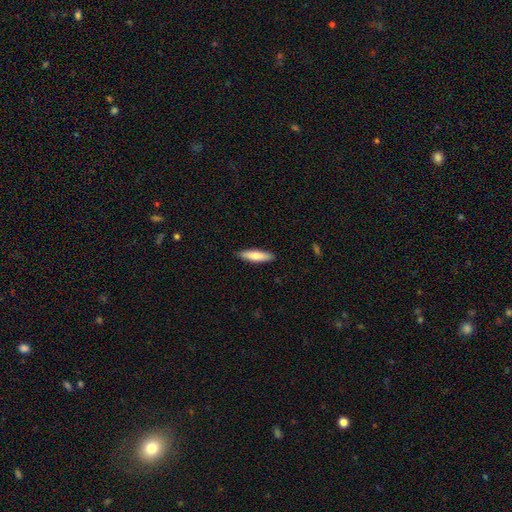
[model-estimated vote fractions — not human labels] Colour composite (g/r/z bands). It shows a smooth galaxy with no disk features (77%) that is cigar-shaped (72%). Merging: none (89%).